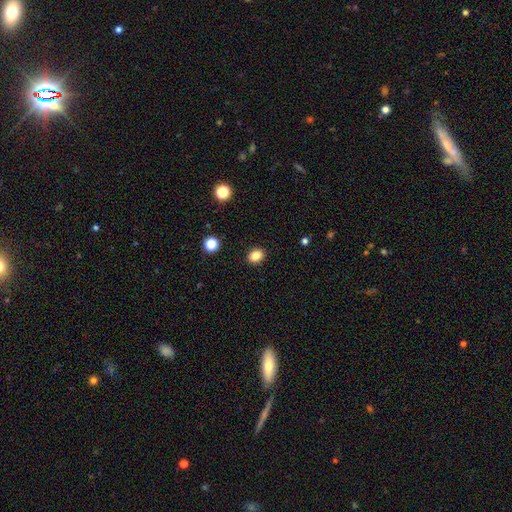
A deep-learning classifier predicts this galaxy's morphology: smooth-or-featured: smooth: 85% | star or artifact: 11% | featured or disk: 4%
  how-rounded: in between: 58% | round: 41% | cigar-shaped: 1%
  merging: none: 90% | minor disturbance: 7% | major disturbance: 2% | merger: 1%